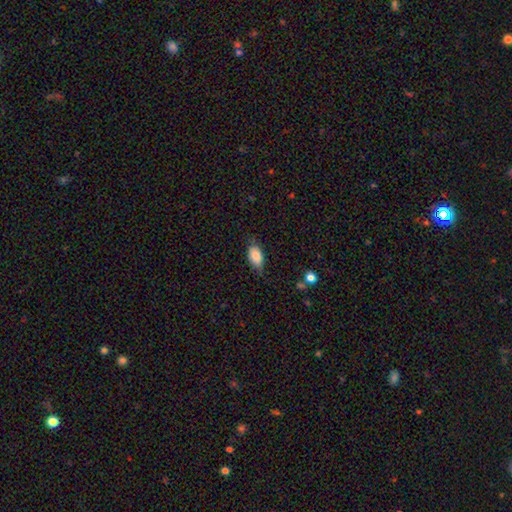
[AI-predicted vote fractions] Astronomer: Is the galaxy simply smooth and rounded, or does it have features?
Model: smooth — 85%.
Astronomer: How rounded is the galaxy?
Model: in between — 91%.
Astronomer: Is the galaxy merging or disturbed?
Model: none — 68%.